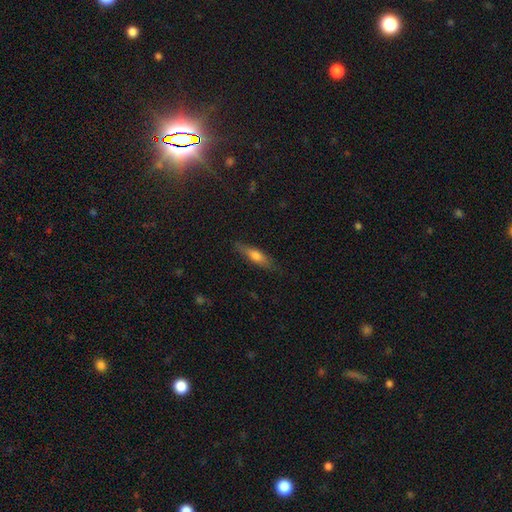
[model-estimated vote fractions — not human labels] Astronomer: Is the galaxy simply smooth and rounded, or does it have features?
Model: smooth — 60%.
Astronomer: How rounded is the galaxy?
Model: cigar-shaped — 69%.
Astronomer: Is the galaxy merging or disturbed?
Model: none — 83%.